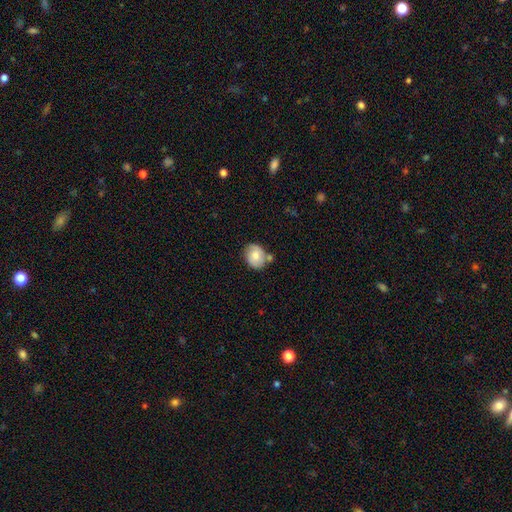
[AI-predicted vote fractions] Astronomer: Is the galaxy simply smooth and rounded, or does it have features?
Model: smooth — 72%.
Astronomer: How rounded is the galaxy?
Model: round — 58% (runner-up: in between, 41%).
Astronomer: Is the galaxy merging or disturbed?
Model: none — 63%.